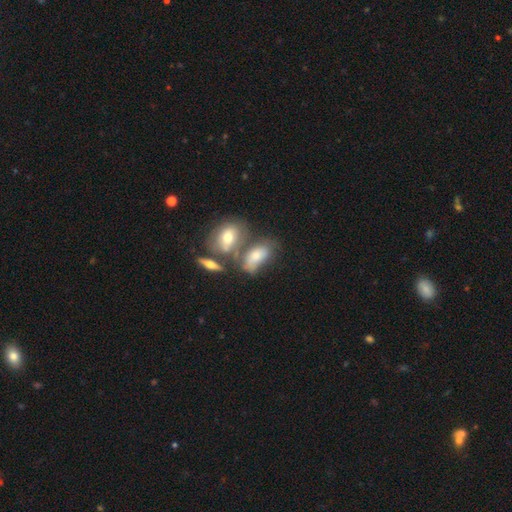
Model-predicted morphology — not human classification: type=smooth (60%); roundness=in between (85%); merging=merger (39%).